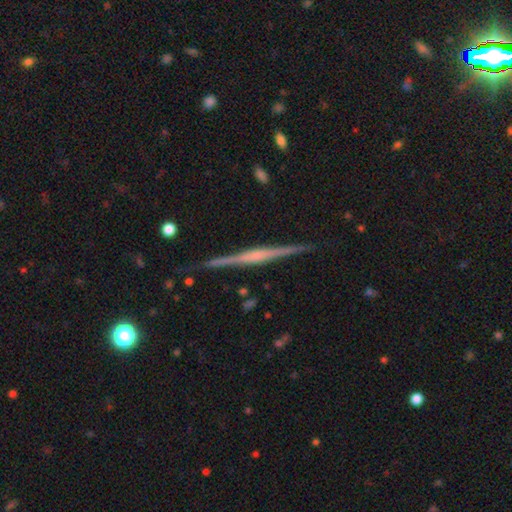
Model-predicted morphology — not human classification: Q: Smooth or featured?
A: featured or disk (82%); runner-up: smooth (13%)
Q: Edge-on disk?
A: yes (99%); runner-up: no (1%)
Q: Edge-on bulge?
A: rounded (48%); runner-up: none (27%)
Q: Merging?
A: none (90%); runner-up: minor disturbance (7%)